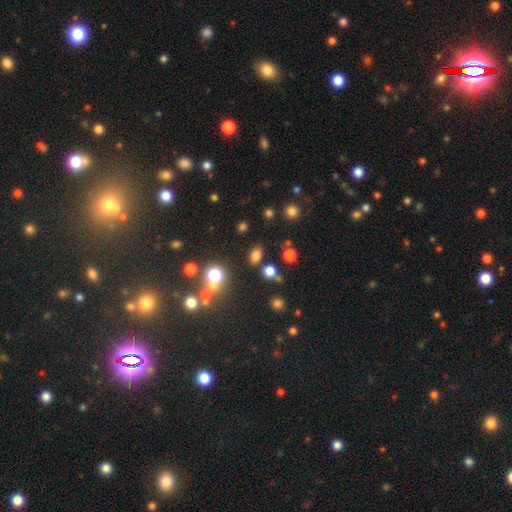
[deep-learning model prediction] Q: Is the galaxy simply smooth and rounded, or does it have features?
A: smooth — 74%.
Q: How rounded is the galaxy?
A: in between — 80%.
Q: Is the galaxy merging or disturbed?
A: none — 79%.